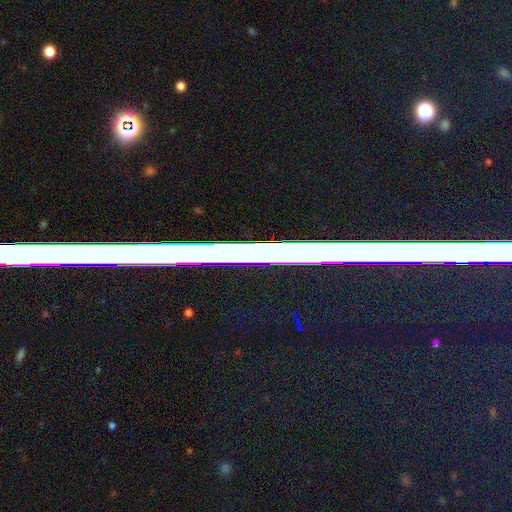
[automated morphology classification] smooth-or-featured: star or artifact: 64% | featured or disk: 22% | smooth: 14%